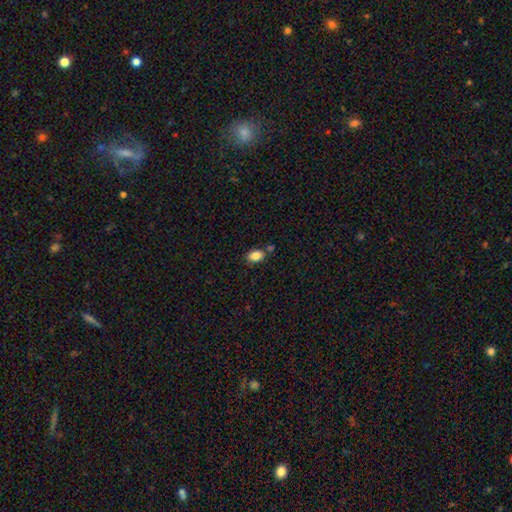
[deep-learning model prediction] The model was most divided on "merging": none: 72%, minor disturbance: 14%, merger: 11%, major disturbance: 3%. More confident: smooth or featured — smooth (86%); how rounded — in between (83%).